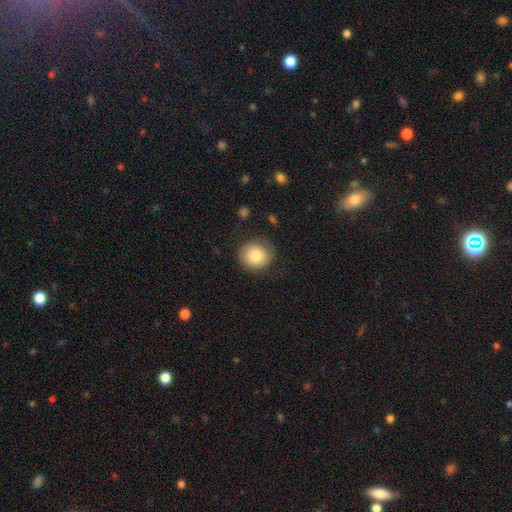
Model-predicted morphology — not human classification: A smooth galaxy with no disk features (81%) that is round (87%). Merging: none (78%).